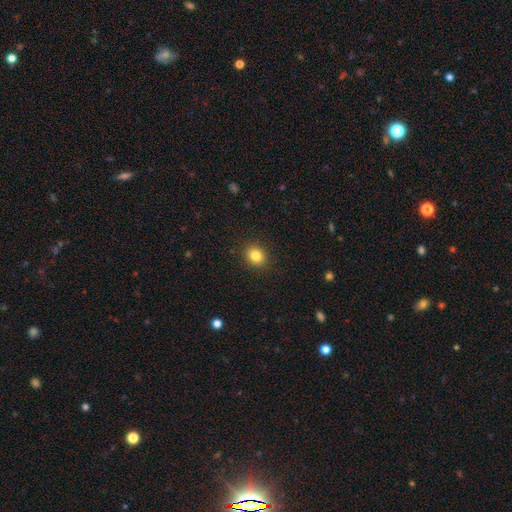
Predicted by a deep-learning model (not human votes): Smooth or featured? Predicted: smooth (p=0.83). How rounded? Predicted: round (p=0.68). Merging? Predicted: none (p=0.90).